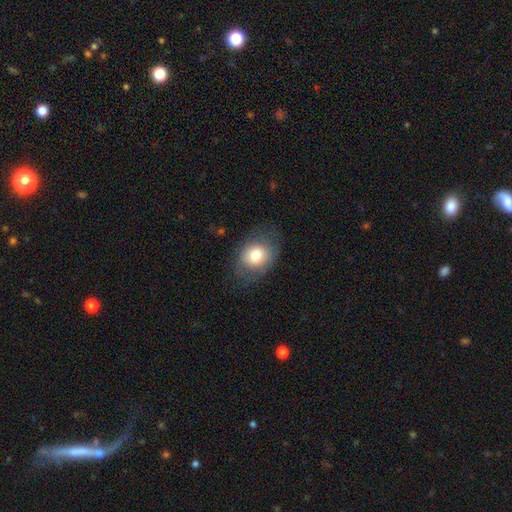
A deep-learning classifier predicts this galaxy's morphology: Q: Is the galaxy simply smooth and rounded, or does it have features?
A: smooth — 76%.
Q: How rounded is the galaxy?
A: in between — 58%.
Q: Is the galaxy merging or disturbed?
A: none — 74%.